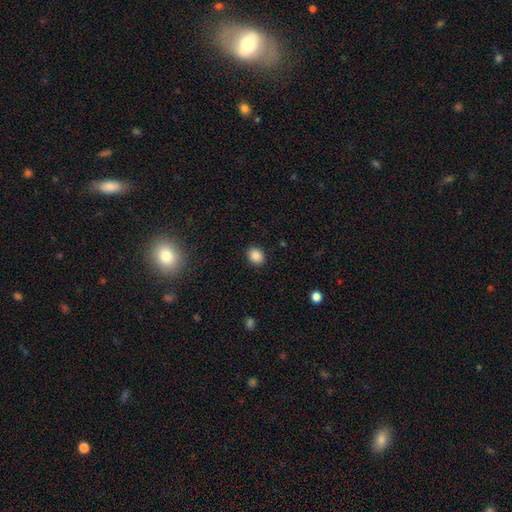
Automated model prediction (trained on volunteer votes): smooth 87%, star or artifact 9%, featured or disk 3%. Down the decision tree: how rounded — round (52%); merging — none (90%).